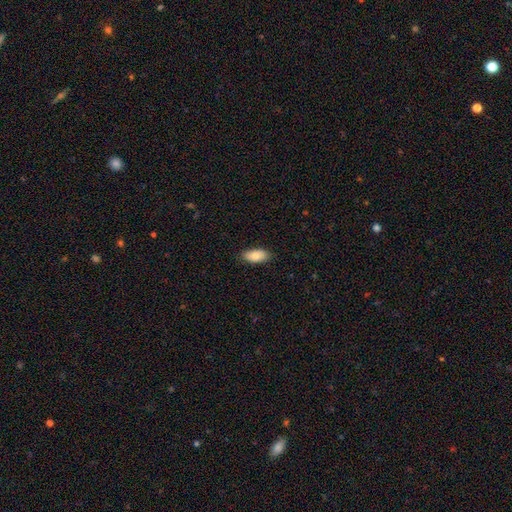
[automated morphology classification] Smooth or featured?
  - smooth: 84% *
  - featured or disk: 9%
  - star or artifact: 6%
How rounded?
  - in between: 91% *
  - cigar-shaped: 6%
  - round: 2%
Merging?
  - none: 87% *
  - minor disturbance: 10%
  - major disturbance: 2%
  - merger: 1%